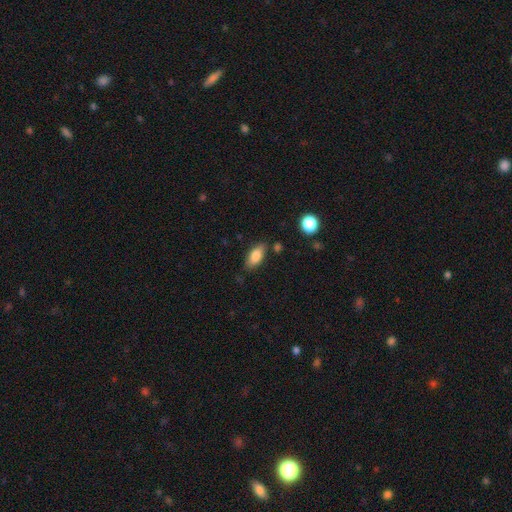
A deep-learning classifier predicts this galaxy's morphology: Overall: smooth (83%). How rounded: in between (86%). Merging: none (77%).